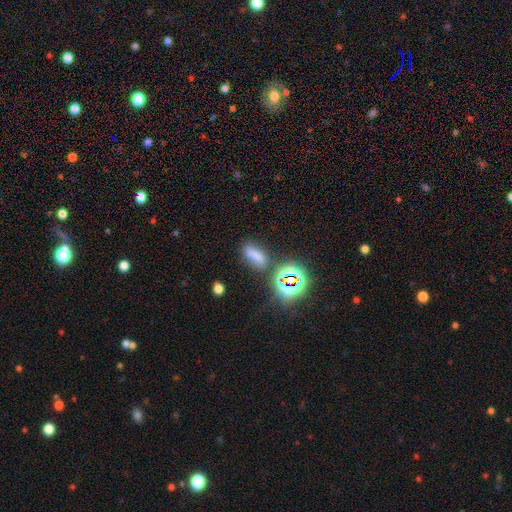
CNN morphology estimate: Overall: smooth (60%; star or artifact 28%). How rounded: in between (67%). Merging: none (59%).